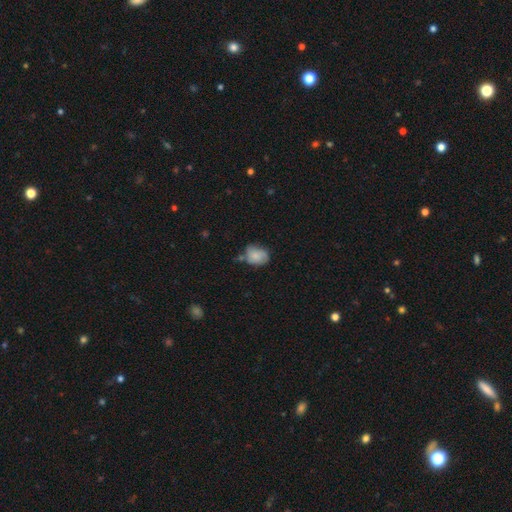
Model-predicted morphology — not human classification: smooth_or_featured: smooth (p=0.71) [alt: featured or disk p=0.21]
how_rounded: in between (p=0.61) [alt: round p=0.37]
merging: none (p=0.47) [alt: minor disturbance p=0.34]